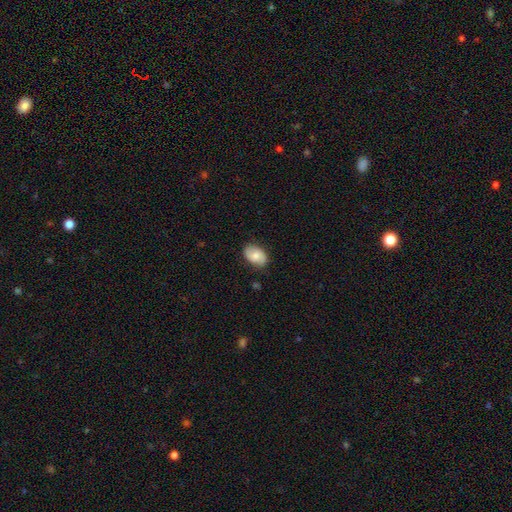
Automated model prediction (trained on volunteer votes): smooth 63%, featured or disk 30%, star or artifact 7%. Down the decision tree: how rounded — in between (84%); merging — none (78%).